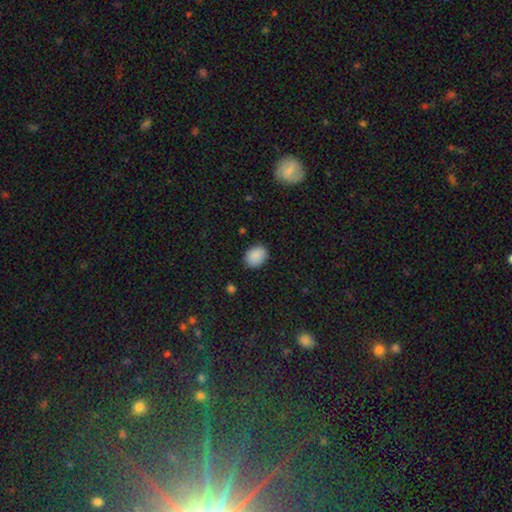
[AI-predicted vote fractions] Smooth or featured? Predicted: smooth (p=0.88). How rounded? Predicted: in between (p=0.59). Merging? Predicted: none (p=0.85).